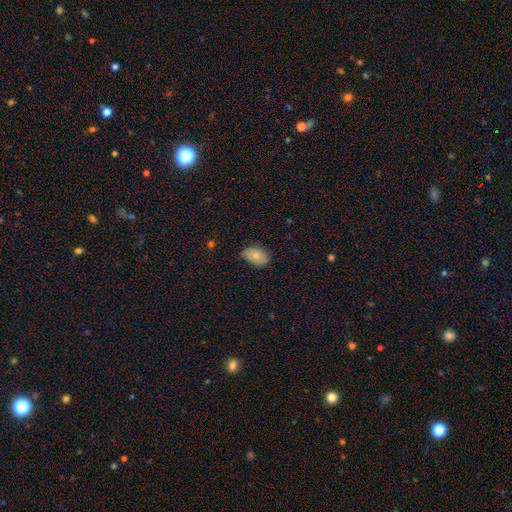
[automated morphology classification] type=smooth (75%); roundness=in between (88%); merging=none (70%).